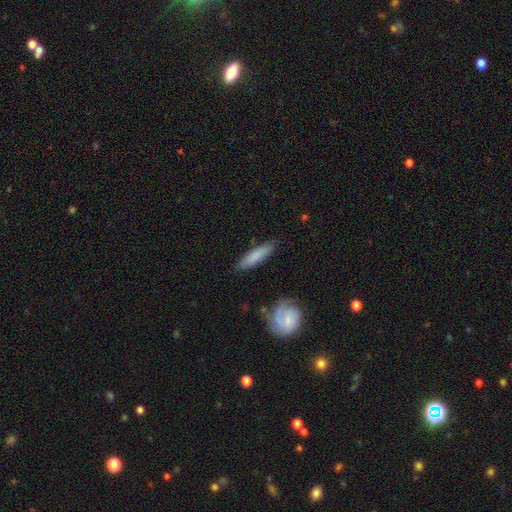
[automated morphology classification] This is likely a smooth galaxy (73%). How rounded: likely cigar-shaped (80%). Merging: clearly none (83%).